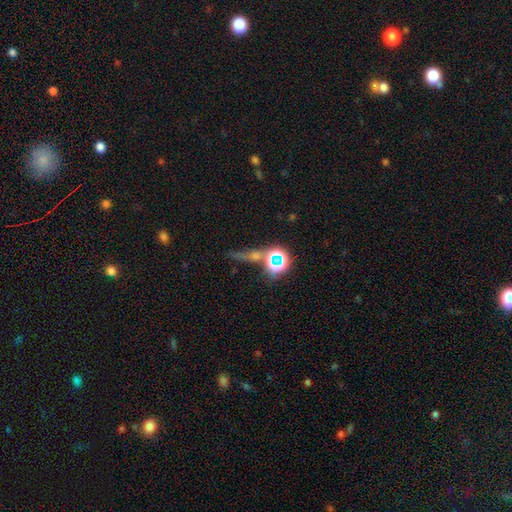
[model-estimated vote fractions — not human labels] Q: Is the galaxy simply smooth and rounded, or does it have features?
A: star or artifact — 60%.